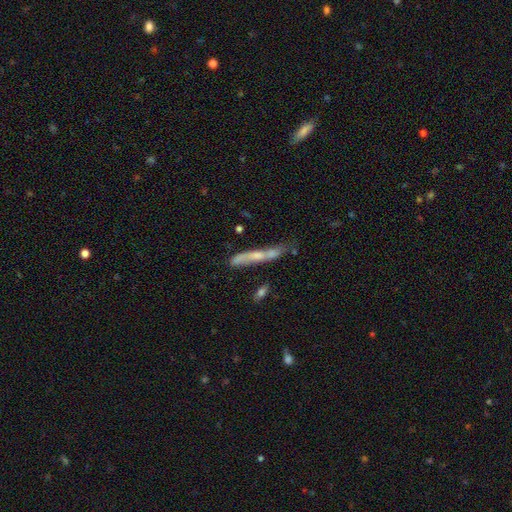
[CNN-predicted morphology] Smooth or featured? featured or disk (53%)
Edge-on disk? yes (68%)
Merging? none (50%)